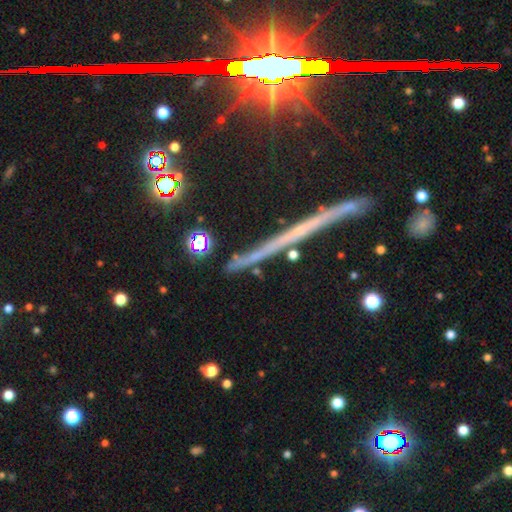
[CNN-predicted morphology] Q: Smooth or featured?
A: featured or disk (41%); runner-up: star or artifact (31%)
Q: Merging?
A: none (82%); runner-up: minor disturbance (11%)